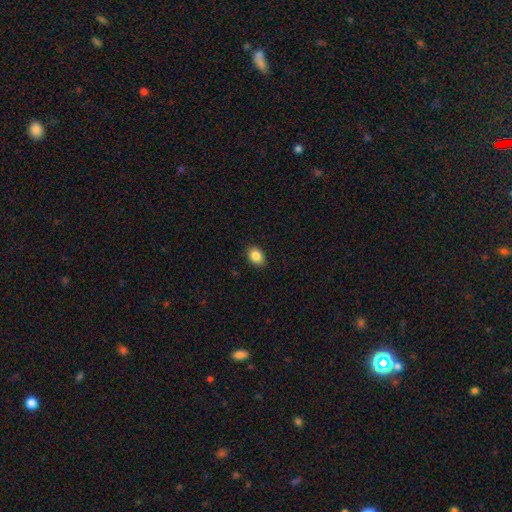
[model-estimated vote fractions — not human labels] The model was most divided on "how rounded": in between: 79%, round: 19%, cigar-shaped: 1%. More confident: merging — none (89%); smooth or featured — smooth (85%).